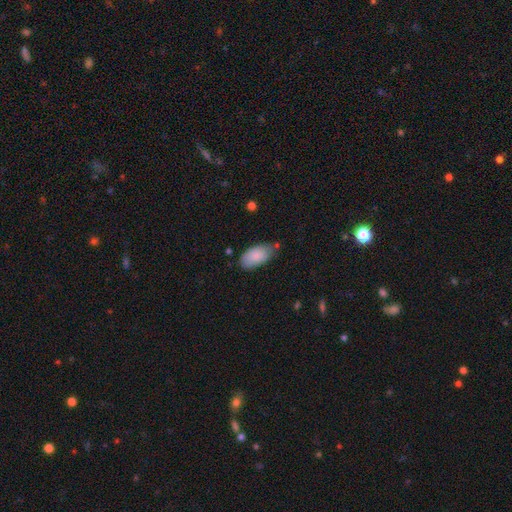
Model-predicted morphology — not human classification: This appears to be a smooth galaxy with no disk features (87%) that is in between round and cigar-shaped (95%). Merging: none (64%).